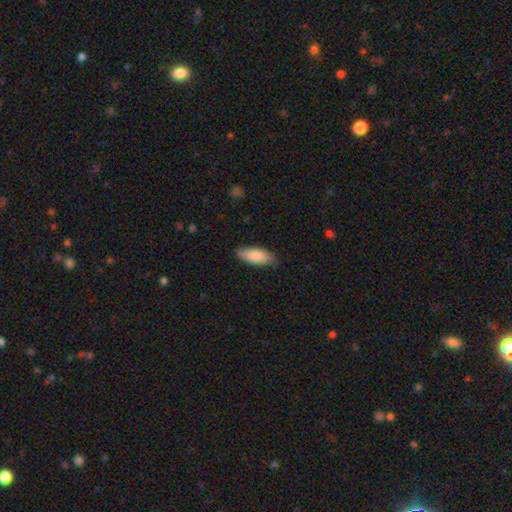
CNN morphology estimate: smooth 84%, featured or disk 11%, star or artifact 6%. Down the decision tree: how rounded — in between (79%); merging — none (82%).